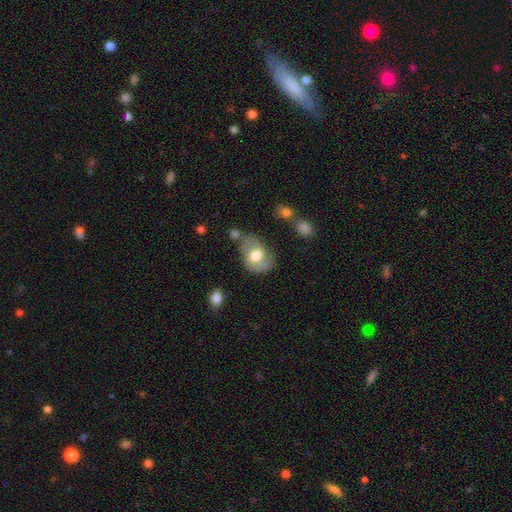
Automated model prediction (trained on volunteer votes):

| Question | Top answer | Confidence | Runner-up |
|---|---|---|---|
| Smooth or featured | smooth | 59% | featured or disk (34%) |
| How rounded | in between | 75% | round (24%) |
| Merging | none | 48% | minor disturbance (29%) |